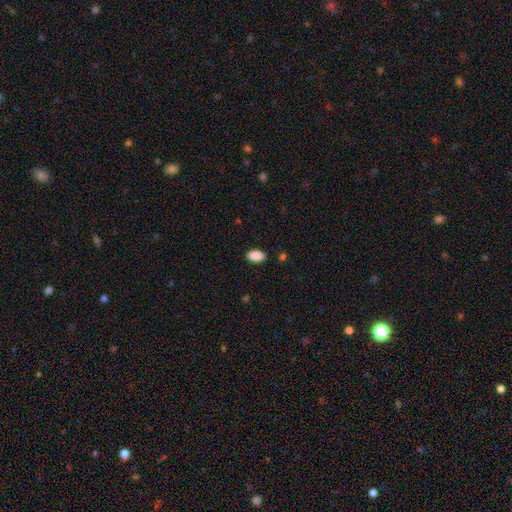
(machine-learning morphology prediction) This appears to be a smooth galaxy with no disk features (89%) that is in between round and cigar-shaped (94%). Merging: none (88%).